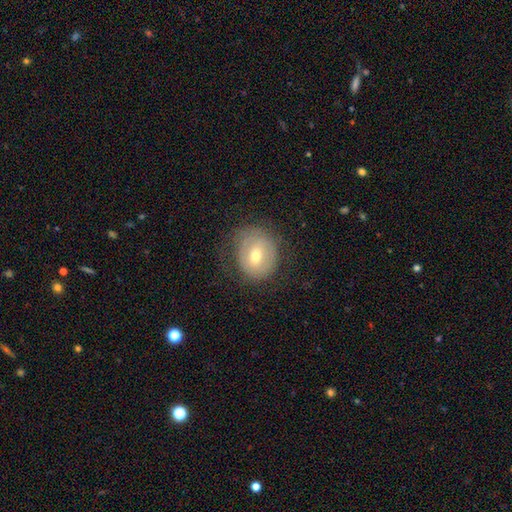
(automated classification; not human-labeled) Overall: smooth (51%; featured or disk 40%). How rounded: round (63%; in between 37%). Merging: none (70%).